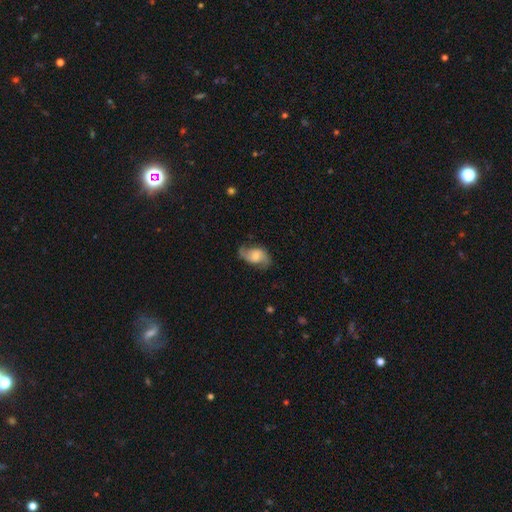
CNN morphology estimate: A featured or disk galaxy (68%) with no bar (59%), 2 (87%) loose (51%) spiral arms (91%) and a moderate central bulge (48%). Merging: none (67%).